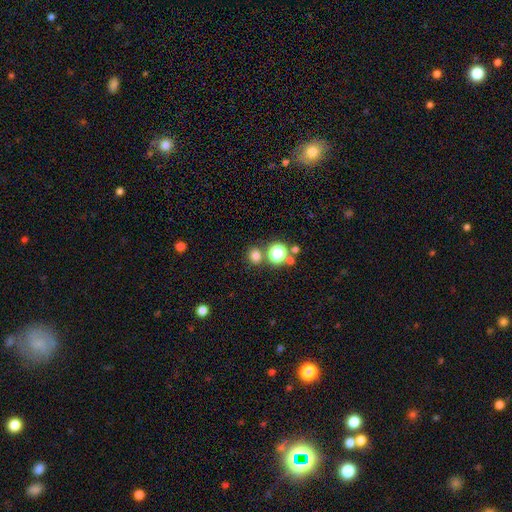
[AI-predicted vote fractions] Morphology: type=smooth (74%); roundness=round (84%); merging=none (74%).